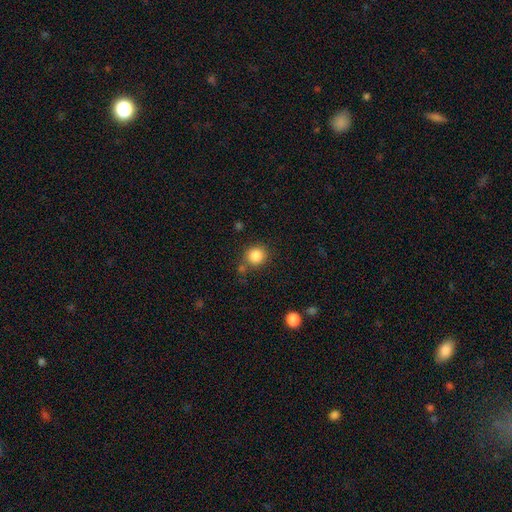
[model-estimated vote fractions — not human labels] A smooth galaxy with no disk features (86%) that is round (90%).

Vote fractions:
- Smooth or featured? smooth: 86% / star or artifact: 10% / featured or disk: 4%
- How rounded? round: 90% / in between: 9% / cigar-shaped: 1%
- Merging? none: 78% / minor disturbance: 11% / merger: 7% / major disturbance: 4%